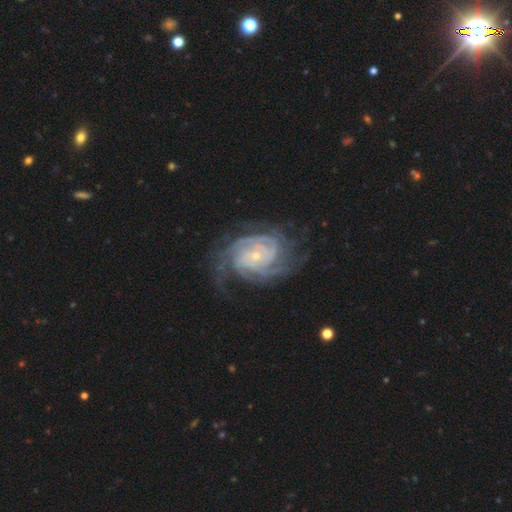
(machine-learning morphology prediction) Q: Smooth or featured?
A: featured or disk (90%); runner-up: star or artifact (5%)
Q: Edge-on disk?
A: no (98%); runner-up: yes (2%)
Q: Bar?
A: no (72%); runner-up: weak (21%)
Q: Spiral arms?
A: yes (98%); runner-up: no (2%)
Q: Spiral winding?
A: tight (72%); runner-up: medium (24%)
Q: Spiral arm count?
A: 4 (25%); runner-up: 3 (22%)
Q: Bulge size?
A: small (79%); runner-up: moderate (16%)
Q: Merging?
A: none (72%); runner-up: minor disturbance (17%)